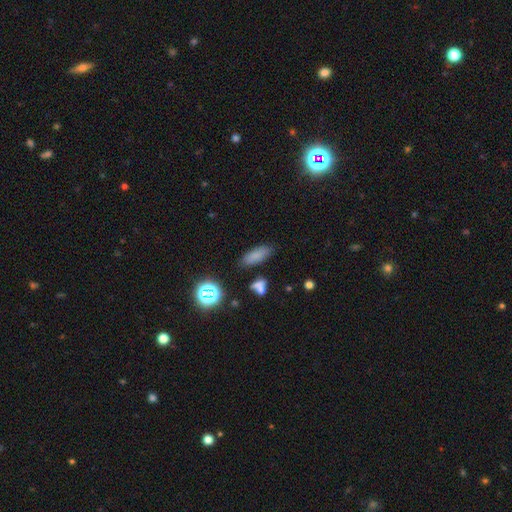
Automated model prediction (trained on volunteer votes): smooth 77%, star or artifact 14%, featured or disk 9%. Down the decision tree: how rounded — in between (75%); merging — none (79%).